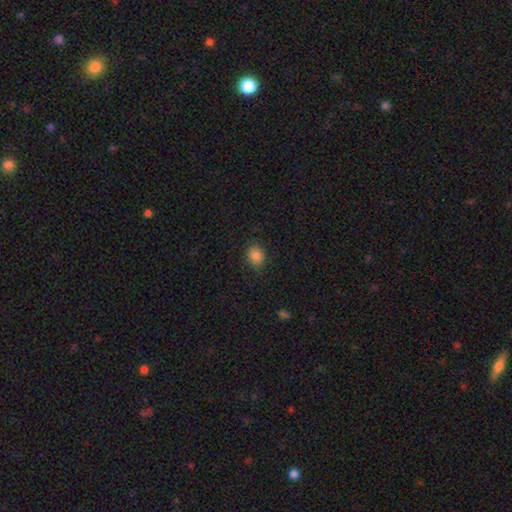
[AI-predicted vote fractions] Smooth or featured: smooth — 85% (star or artifact — 11%)
How rounded: round — 67% (in between — 32%)
Merging: none — 84% (minor disturbance — 12%)